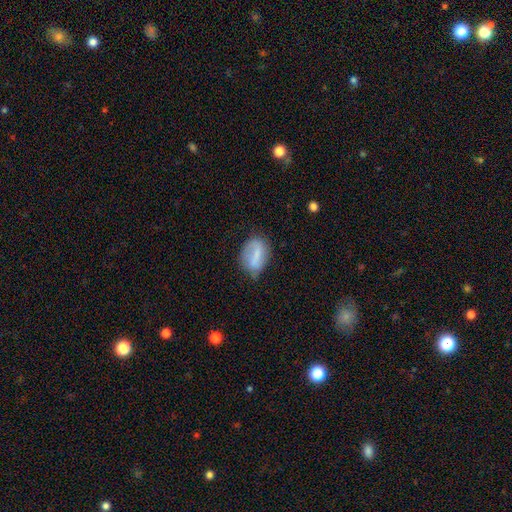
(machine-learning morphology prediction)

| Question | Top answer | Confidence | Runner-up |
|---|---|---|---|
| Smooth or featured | smooth | 58% | featured or disk (34%) |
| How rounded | in between | 83% | round (12%) |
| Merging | none | 58% | minor disturbance (30%) |